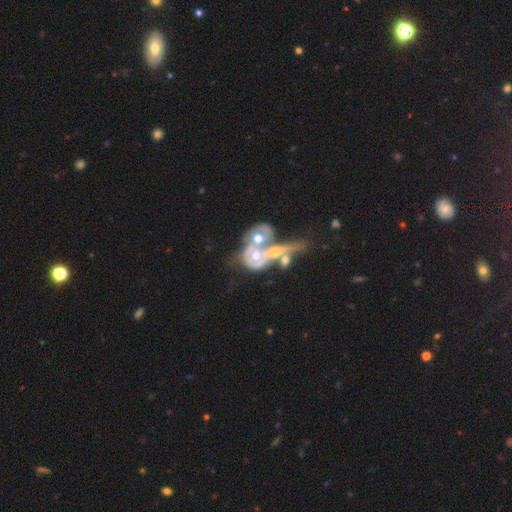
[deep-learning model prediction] Q: Smooth or featured?
A: featured or disk (72%); runner-up: smooth (19%)
Q: Edge-on disk?
A: no (95%); runner-up: yes (5%)
Q: Bar?
A: no (83%); runner-up: weak (13%)
Q: Spiral arms?
A: no (54%); runner-up: yes (46%)
Q: Bulge size?
A: moderate (66%); runner-up: small (15%)
Q: Merging?
A: merger (74%); runner-up: major disturbance (12%)